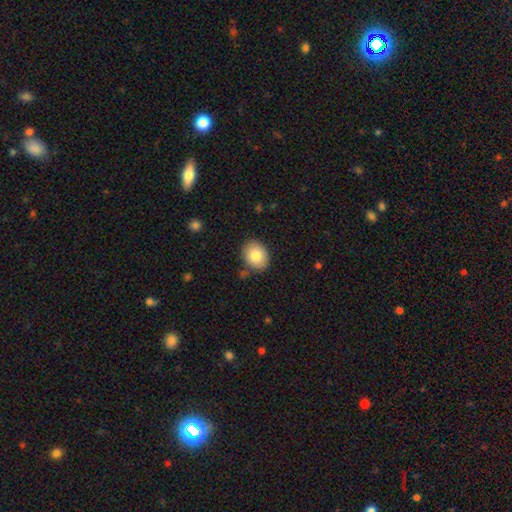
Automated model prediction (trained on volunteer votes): smooth 82%, featured or disk 10%, star or artifact 8%. Down the decision tree: how rounded — in between (52%); merging — none (82%).